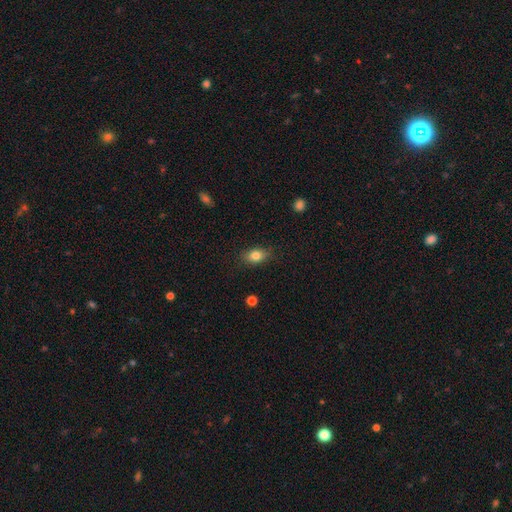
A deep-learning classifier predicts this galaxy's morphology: Overall: smooth (81%). How rounded: in between (78%). Merging: none (82%).